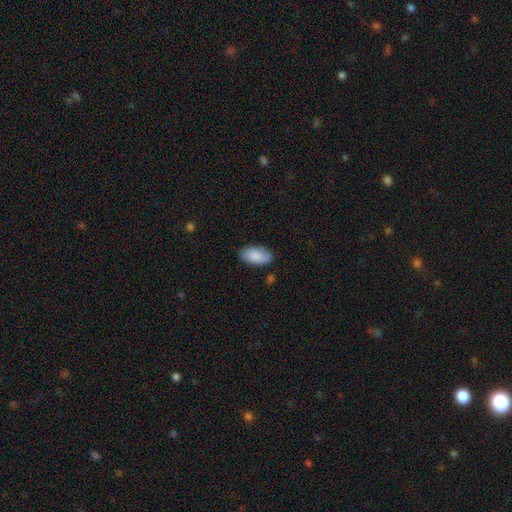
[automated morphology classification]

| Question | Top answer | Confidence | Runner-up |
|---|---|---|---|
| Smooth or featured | smooth | 85% | featured or disk (8%) |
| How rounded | in between | 94% | round (3%) |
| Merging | none | 77% | minor disturbance (17%) |